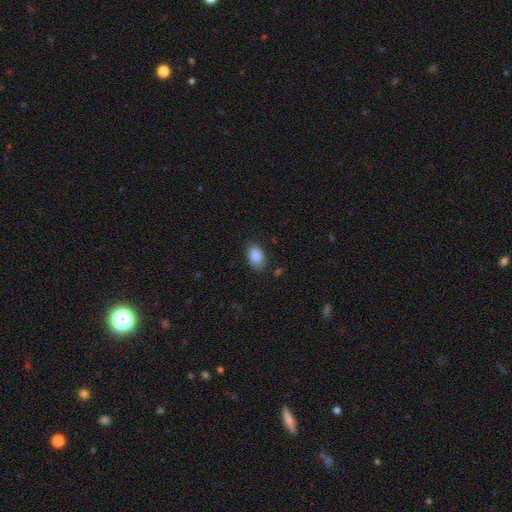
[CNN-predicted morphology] This appears to be a smooth galaxy with no disk features (89%) that is in between round and cigar-shaped (89%). Merging: none (84%).